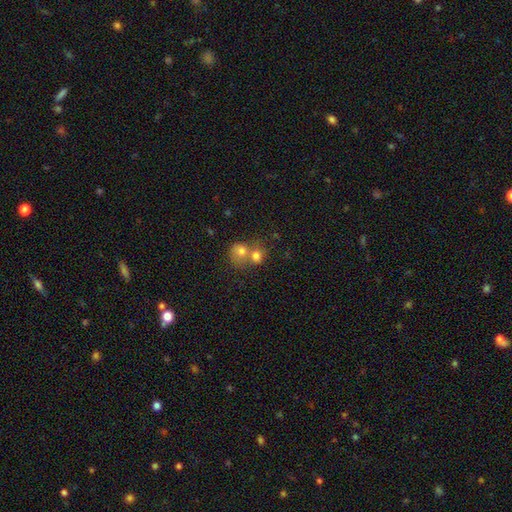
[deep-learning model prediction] The model was most divided on "merging": merger: 61%, none: 29%, minor disturbance: 6%, major disturbance: 3%. More confident: smooth or featured — smooth (75%); how rounded — round (72%).